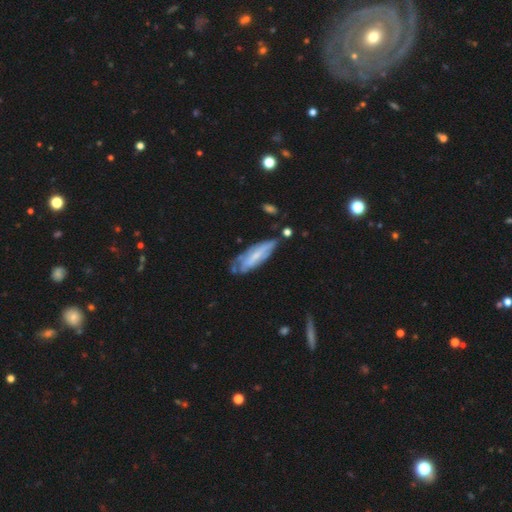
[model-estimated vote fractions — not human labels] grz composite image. It shows a featured or disk galaxy (55%). Merging: none (53%).